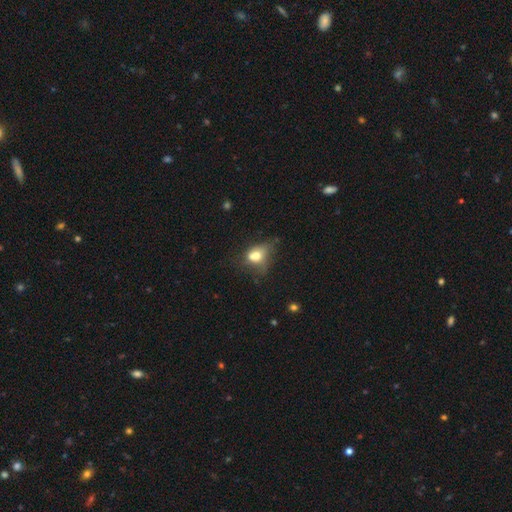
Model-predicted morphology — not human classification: Smooth or featured? Predicted: smooth (p=0.70). How rounded? Predicted: in between (p=0.65). Merging? Predicted: minor disturbance (p=0.28, tied with none).